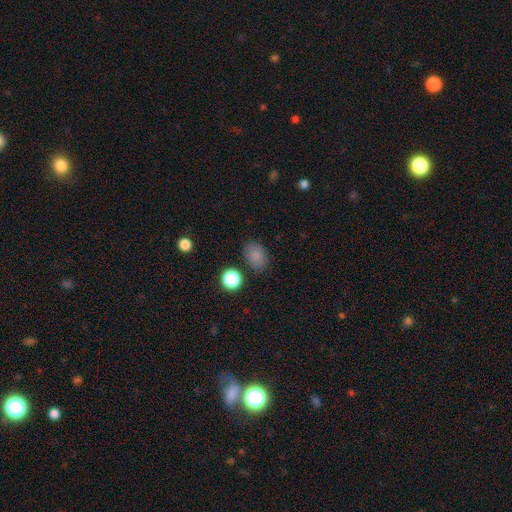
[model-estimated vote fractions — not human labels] This is clearly a smooth galaxy (83%). How rounded: likely in between (75%). Merging: likely none (80%).